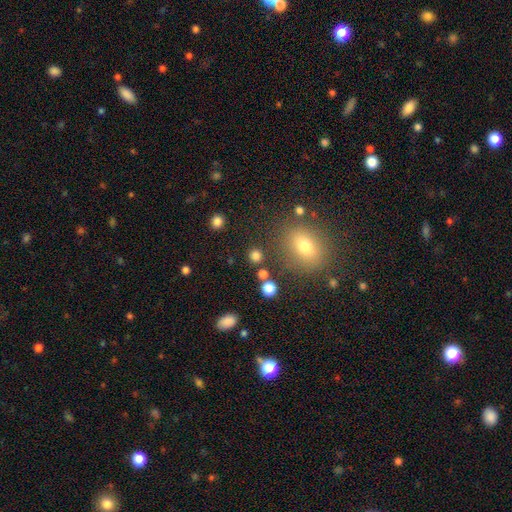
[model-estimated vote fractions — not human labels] Smooth or featured: smooth — 78% (star or artifact — 17%)
How rounded: round — 85% (in between — 14%)
Merging: none — 82% (minor disturbance — 8%)